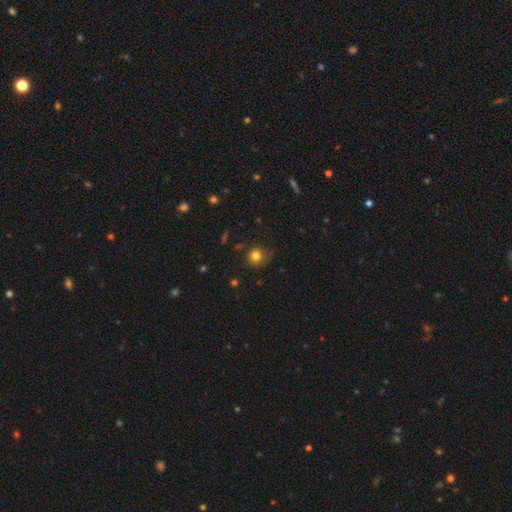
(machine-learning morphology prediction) The model was most divided on "merging": none: 69%, minor disturbance: 21%, major disturbance: 8%, merger: 2%. More confident: how rounded — round (86%); smooth or featured — smooth (81%).